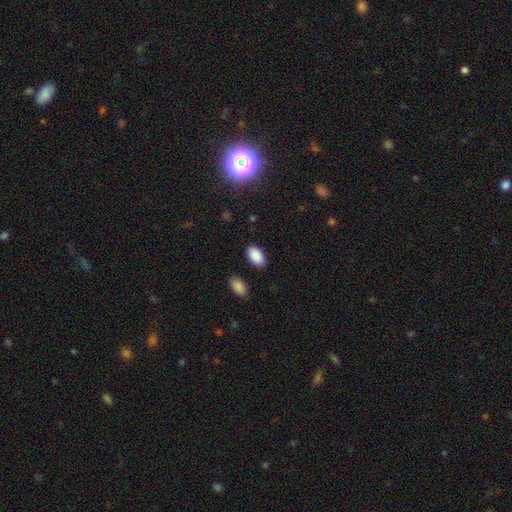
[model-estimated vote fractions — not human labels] smooth 89%, star or artifact 7%, featured or disk 4%. Down the decision tree: how rounded — in between (94%); merging — none (86%).